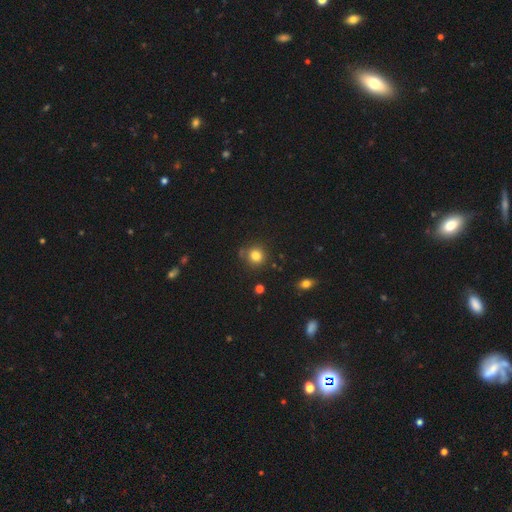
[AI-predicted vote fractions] smooth 81%, star or artifact 13%, featured or disk 6%. Down the decision tree: how rounded — round (90%); merging — none (80%).